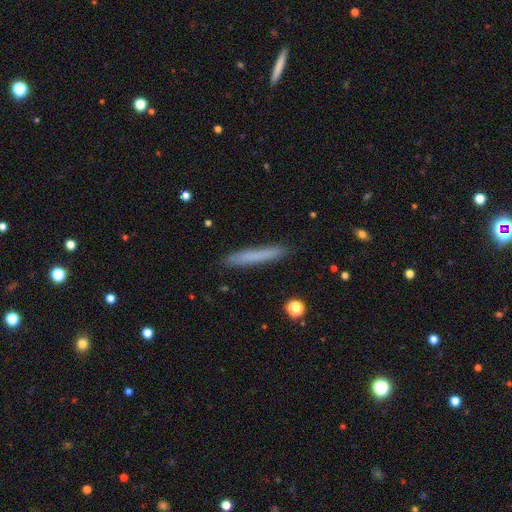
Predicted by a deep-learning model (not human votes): Smooth or featured? Predicted: smooth (p=0.72). How rounded? Predicted: cigar-shaped (p=0.96). Merging? Predicted: none (p=0.90).